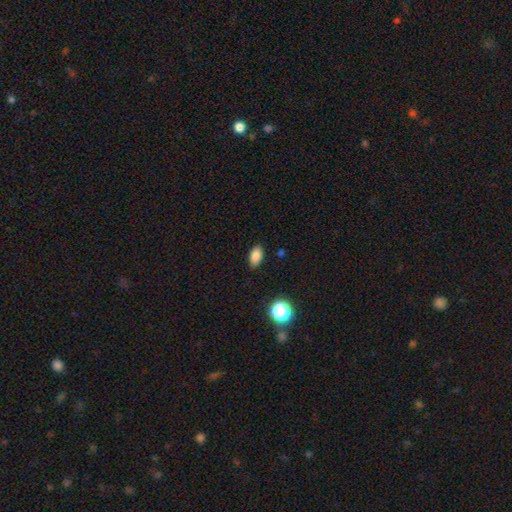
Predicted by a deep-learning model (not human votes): Smooth or featured? smooth (85%)
How rounded? in between (90%)
Merging? none (85%)